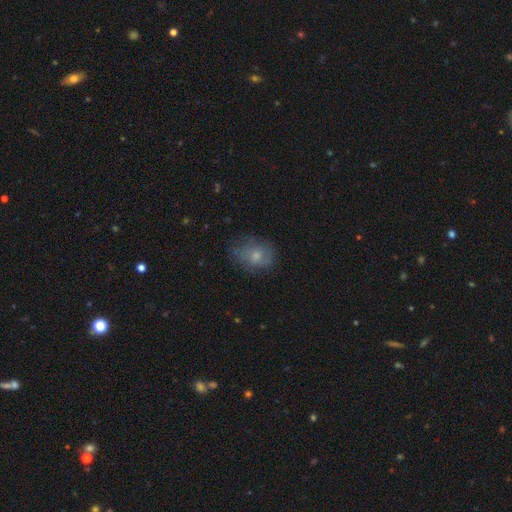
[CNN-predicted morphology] Smooth or featured? Predicted: smooth (p=0.65). How rounded? Predicted: in between (p=0.56). Merging? Predicted: none (p=0.61).